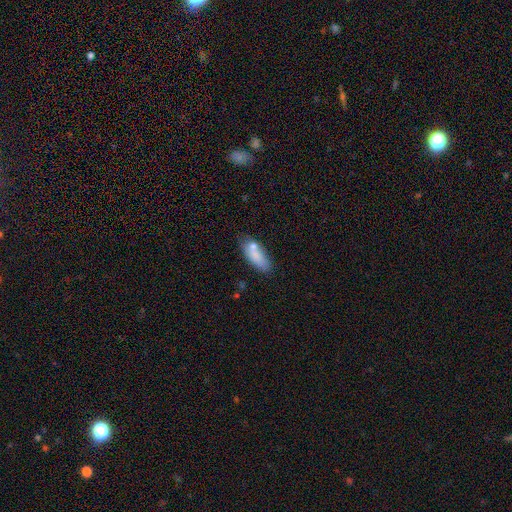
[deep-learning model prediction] This appears to be a smooth galaxy with no disk features (77%) that is in between round and cigar-shaped (74%). Merging: none (57%).